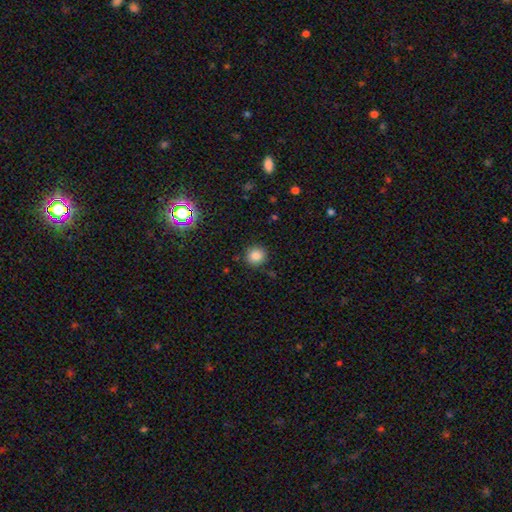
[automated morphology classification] Q: Smooth or featured?
A: smooth (83%); runner-up: star or artifact (12%)
Q: How rounded?
A: round (92%); runner-up: in between (7%)
Q: Merging?
A: none (87%); runner-up: minor disturbance (8%)